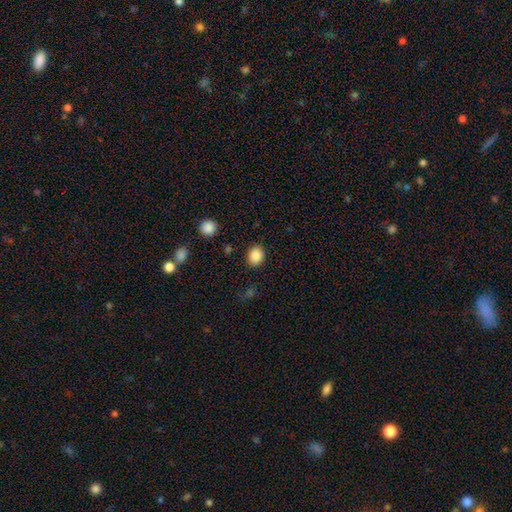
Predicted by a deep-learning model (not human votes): A smooth galaxy with no disk features (88%) that is round (59%).

Vote fractions:
- Smooth or featured? smooth: 88% / star or artifact: 9% / featured or disk: 3%
- How rounded? round: 59% / in between: 40% / cigar-shaped: 1%
- Merging? none: 87% / minor disturbance: 8% / major disturbance: 3% / merger: 2%